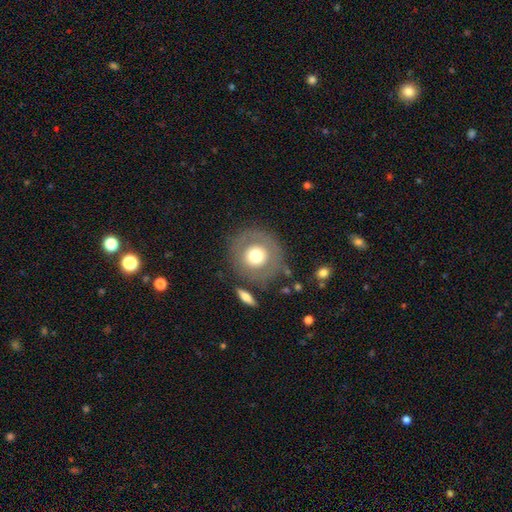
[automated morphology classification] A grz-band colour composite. It shows a smooth galaxy with no disk features (61%) that is round (92%). Merging: none (76%).